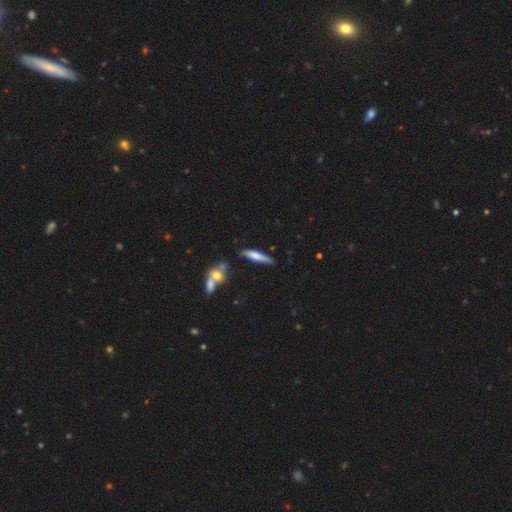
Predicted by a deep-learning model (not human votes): Smooth or featured: smooth — 55% (featured or disk — 38%)
How rounded: cigar-shaped — 81% (in between — 17%)
Merging: none — 76% (minor disturbance — 15%)